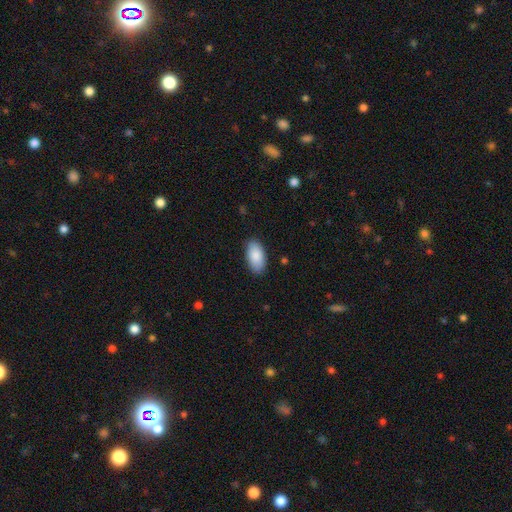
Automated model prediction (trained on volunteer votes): smooth_or_featured: smooth (p=0.89) [alt: star or artifact p=0.06]
how_rounded: in between (p=0.95) [alt: cigar-shaped p=0.03]
merging: none (p=0.86) [alt: minor disturbance p=0.10]